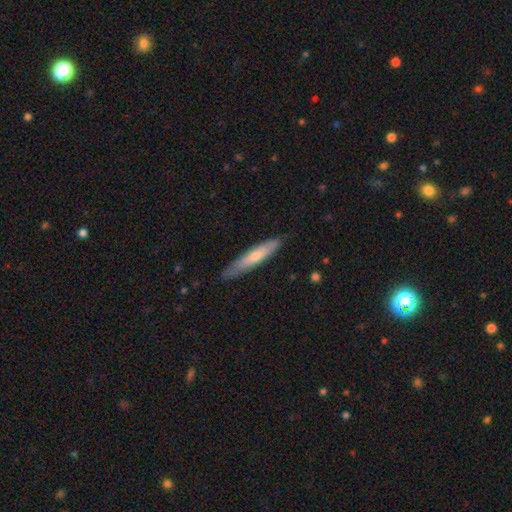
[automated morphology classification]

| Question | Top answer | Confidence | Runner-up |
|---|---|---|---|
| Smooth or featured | smooth | 57% | featured or disk (37%) |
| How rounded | cigar-shaped | 91% | in between (8%) |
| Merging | none | 84% | minor disturbance (13%) |